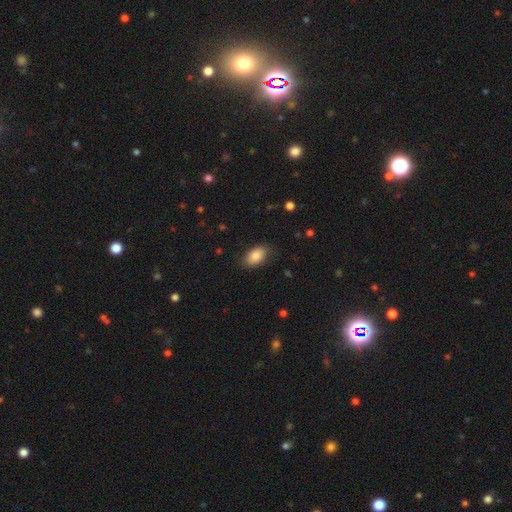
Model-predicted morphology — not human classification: Smooth or featured? Predicted: smooth (p=0.84). How rounded? Predicted: in between (p=0.91). Merging? Predicted: none (p=0.81).